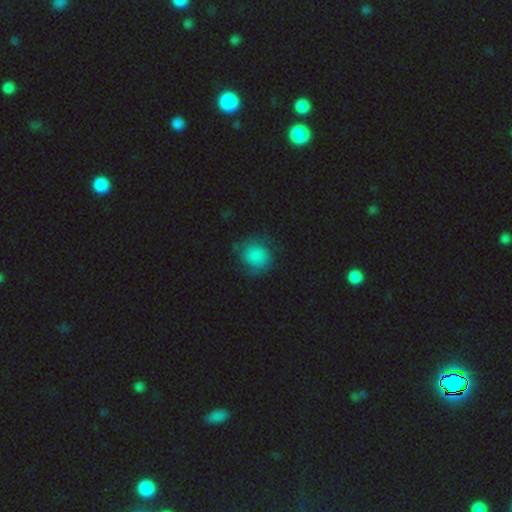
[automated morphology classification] The model was most divided on "smooth or featured": smooth: 62%, featured or disk: 28%, star or artifact: 10%. More confident: how rounded — round (78%); merging — none (64%).